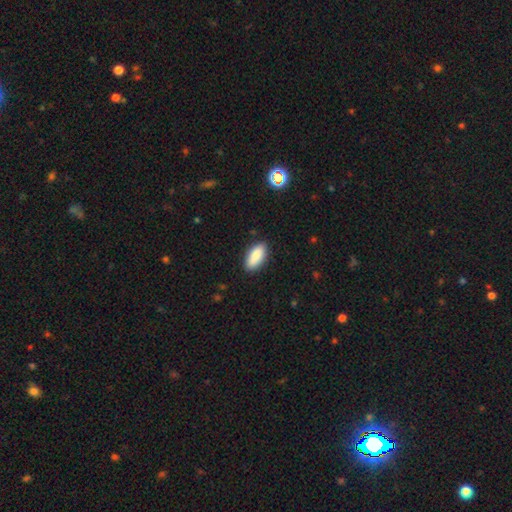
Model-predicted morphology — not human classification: A smooth galaxy with no disk features (87%) that is in between round and cigar-shaped (85%).

Vote fractions:
- Smooth or featured? smooth: 87% / star or artifact: 6% / featured or disk: 6%
- How rounded? in between: 85% / cigar-shaped: 13% / round: 2%
- Merging? none: 87% / minor disturbance: 10% / major disturbance: 2% / merger: 1%